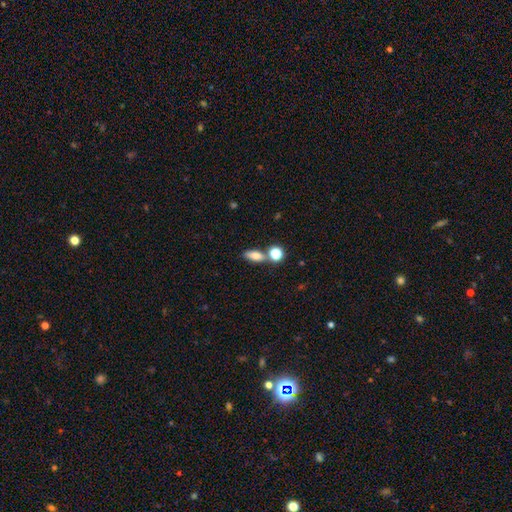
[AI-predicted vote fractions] Smooth or featured? Predicted: smooth (p=0.76). How rounded? Predicted: in between (p=0.71). Merging? Predicted: none (p=0.64).